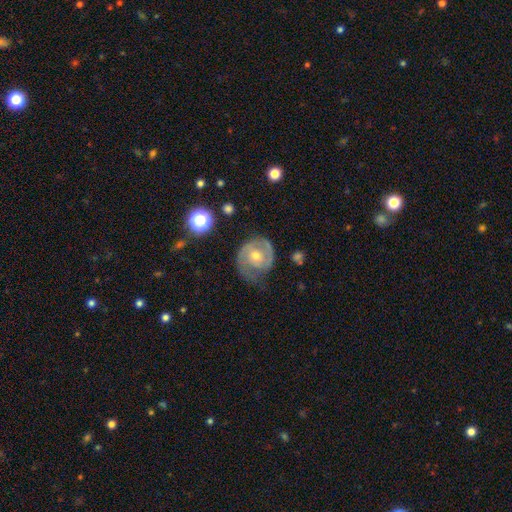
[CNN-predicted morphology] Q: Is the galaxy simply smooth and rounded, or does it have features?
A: featured or disk — 75%.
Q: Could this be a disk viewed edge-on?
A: no — 98%.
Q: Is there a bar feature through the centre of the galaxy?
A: no — 72%.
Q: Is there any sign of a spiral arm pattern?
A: yes — 88%.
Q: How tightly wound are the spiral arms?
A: tight — 57%.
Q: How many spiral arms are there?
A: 2 — 50%.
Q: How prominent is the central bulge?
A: moderate — 53%.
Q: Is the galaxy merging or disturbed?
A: none — 52%.